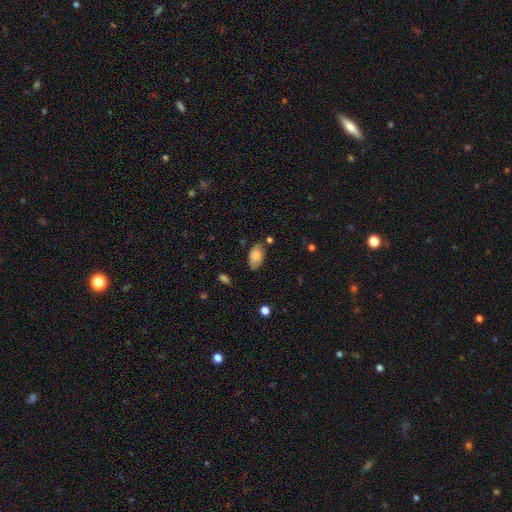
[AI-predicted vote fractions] Smooth or featured?
  - smooth: 78% *
  - featured or disk: 14%
  - star or artifact: 8%
How rounded?
  - in between: 93% *
  - round: 5%
  - cigar-shaped: 2%
Merging?
  - none: 72% *
  - minor disturbance: 20%
  - major disturbance: 5%
  - merger: 4%